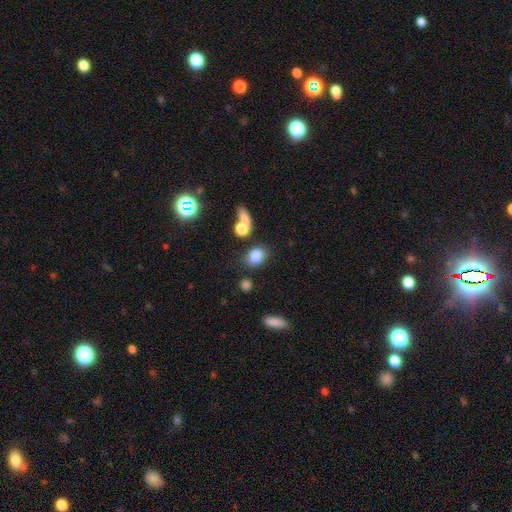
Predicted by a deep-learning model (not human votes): Morphology: type=smooth (82%); roundness=in between (65%); merging=none (63%).